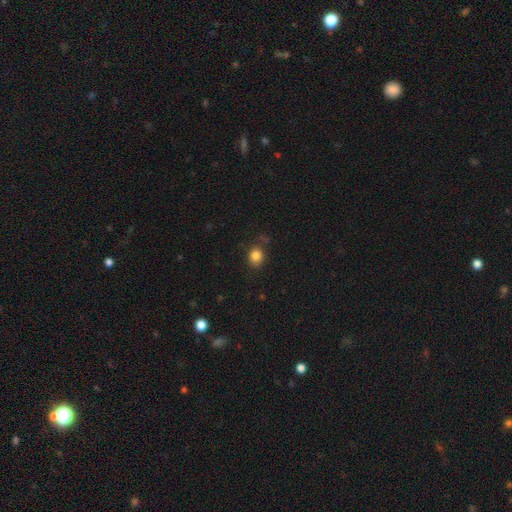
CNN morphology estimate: Smooth or featured? Predicted: smooth (p=0.84). How rounded? Predicted: round (p=0.70). Merging? Predicted: none (p=0.79).